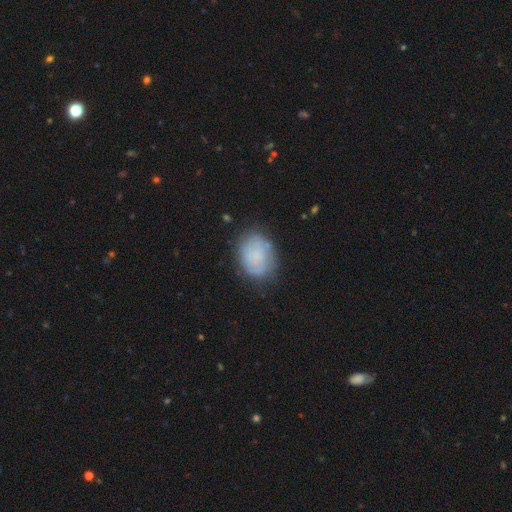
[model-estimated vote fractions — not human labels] The model was most divided on "smooth or featured": smooth: 60%, featured or disk: 30%, star or artifact: 9%. More confident: merging — none (71%); how rounded — in between (67%).